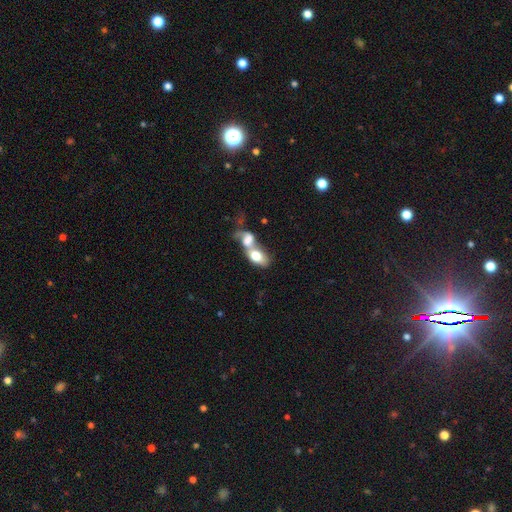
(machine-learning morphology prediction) The model was most divided on "smooth or featured": smooth: 65%, featured or disk: 28%, star or artifact: 8%. More confident: how rounded — in between (82%); merging — merger (79%).